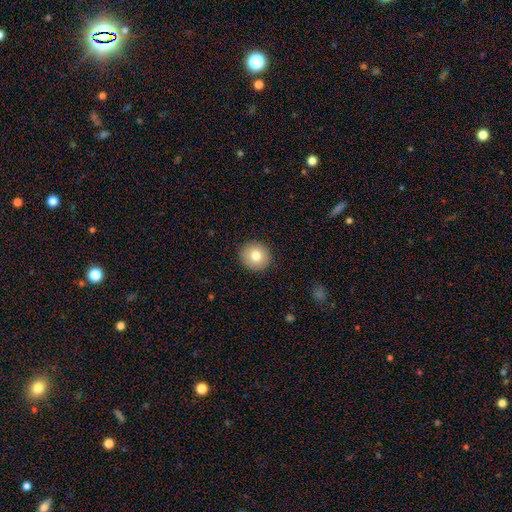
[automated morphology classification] type=smooth (80%); roundness=round (92%); merging=none (91%).